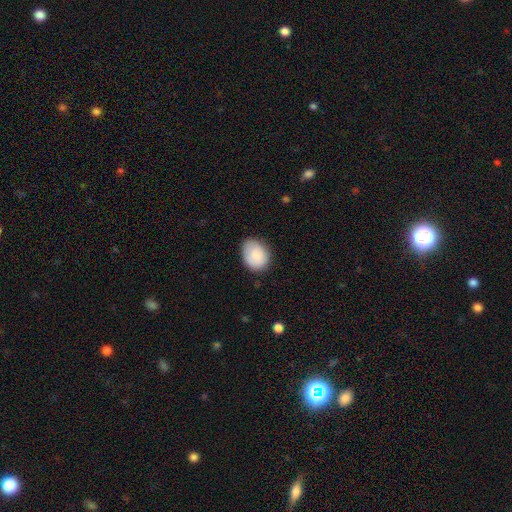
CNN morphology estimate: Q: Smooth or featured?
A: smooth (82%); runner-up: featured or disk (11%)
Q: How rounded?
A: in between (65%); runner-up: round (34%)
Q: Merging?
A: none (73%); runner-up: minor disturbance (22%)